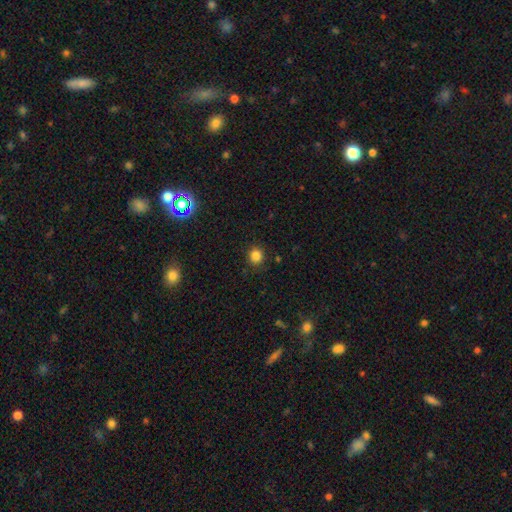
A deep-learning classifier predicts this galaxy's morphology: This is clearly a smooth galaxy (84%). How rounded: clearly round (90%). Merging: clearly none (89%).